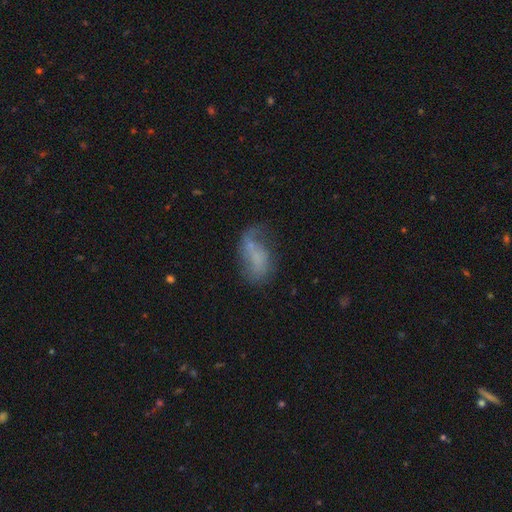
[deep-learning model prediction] The model was most divided on "smooth or featured": featured or disk: 45%, smooth: 44%, star or artifact: 11%. Remaining: merging — none (39%).